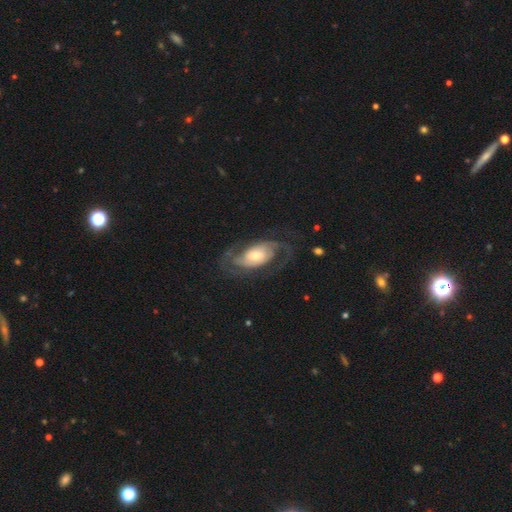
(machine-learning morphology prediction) The model was most divided on "spiral winding": medium: 46%, loose: 27%, tight: 27%. More confident: edge-on disk — no (95%); spiral arms — yes (94%); smooth or featured — featured or disk (82%); spiral arm count — 2 (75%); merging — none (65%); bar — no (56%); bulge size — moderate (51%).